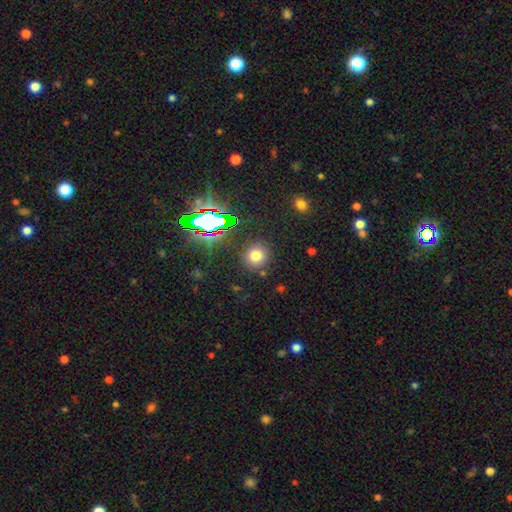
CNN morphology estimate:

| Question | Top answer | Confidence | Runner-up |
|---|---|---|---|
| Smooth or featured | smooth | 72% | star or artifact (21%) |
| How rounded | round | 90% | in between (9%) |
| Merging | none | 87% | minor disturbance (7%) |